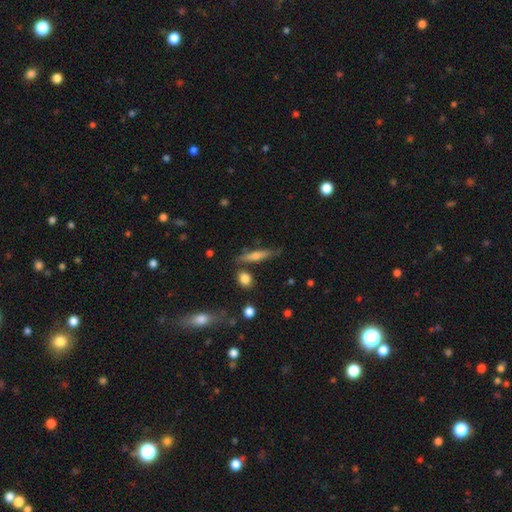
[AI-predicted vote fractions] smooth-or-featured: smooth: 54% | featured or disk: 38% | star or artifact: 8%
  how-rounded: cigar-shaped: 83% | in between: 14% | round: 3%
  merging: none: 77% | minor disturbance: 14% | merger: 6% | major disturbance: 4%